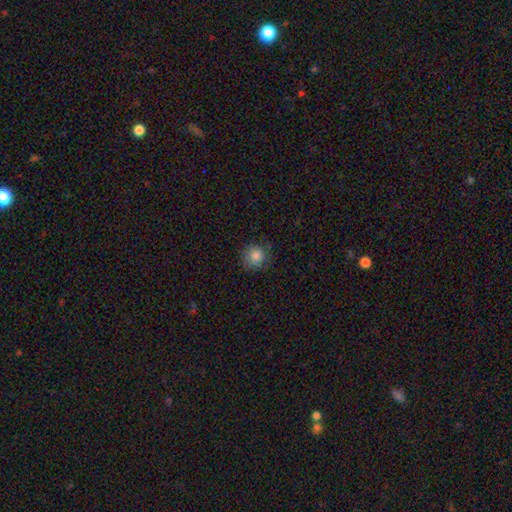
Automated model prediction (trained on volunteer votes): Smooth or featured?
  - smooth: 83% *
  - star or artifact: 9%
  - featured or disk: 8%
How rounded?
  - round: 90% *
  - in between: 9%
  - cigar-shaped: 1%
Merging?
  - none: 79% *
  - minor disturbance: 16%
  - major disturbance: 5%
  - merger: 1%